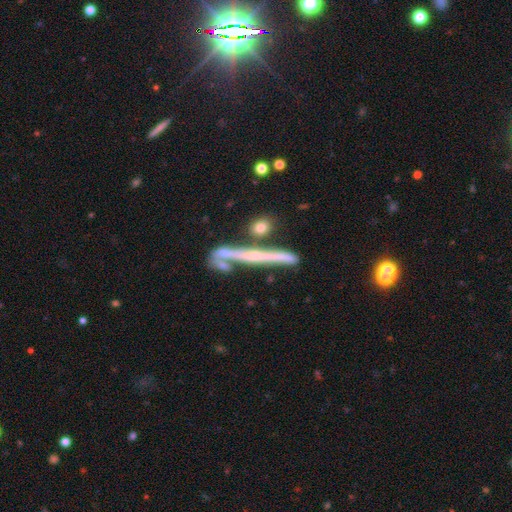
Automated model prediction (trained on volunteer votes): featured or disk 67%, smooth 24%, star or artifact 9%. Down the decision tree: edge-on disk — yes (93%); edge-on bulge — none (53%); merging — none (65%).